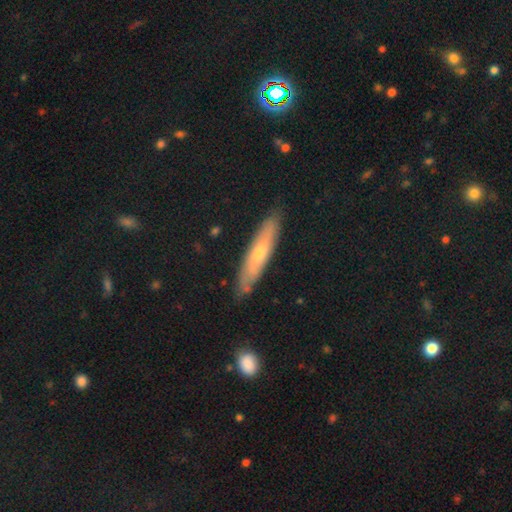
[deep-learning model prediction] The model was most divided on "smooth or featured": featured or disk: 50%, smooth: 37%, star or artifact: 13%. More confident: merging — none (88%).